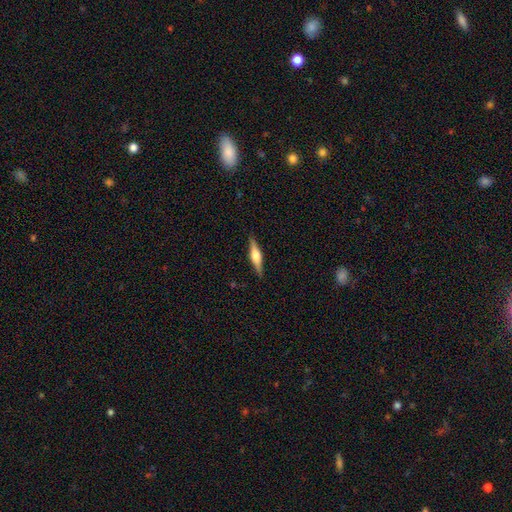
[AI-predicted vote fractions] smooth-or-featured: featured or disk: 64% | smooth: 30% | star or artifact: 6%
  disk-edge-on: yes: 97% | no: 3%
    edge-on-bulge: rounded: 89% | boxy: 8% | none: 3%
  merging: none: 89% | minor disturbance: 8% | major disturbance: 2% | merger: 1%